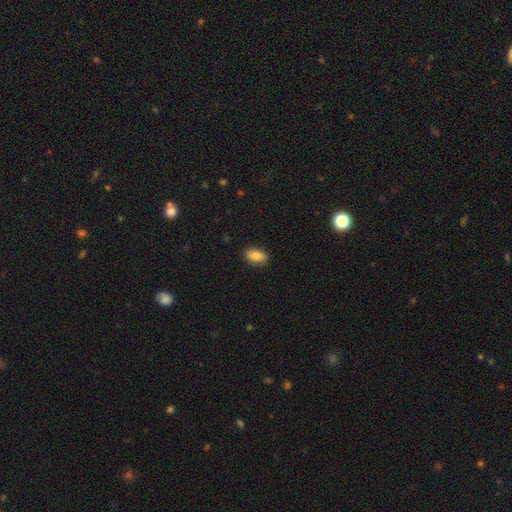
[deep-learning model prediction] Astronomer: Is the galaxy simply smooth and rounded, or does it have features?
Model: smooth — 83%.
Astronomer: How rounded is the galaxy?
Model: in between — 90%.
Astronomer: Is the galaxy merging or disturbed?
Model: none — 88%.